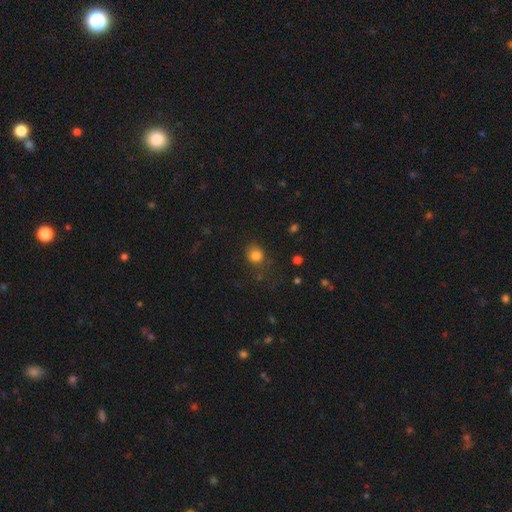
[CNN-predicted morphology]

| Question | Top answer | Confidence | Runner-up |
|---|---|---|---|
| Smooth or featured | smooth | 82% | star or artifact (13%) |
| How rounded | round | 80% | in between (19%) |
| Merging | none | 73% | minor disturbance (17%) |